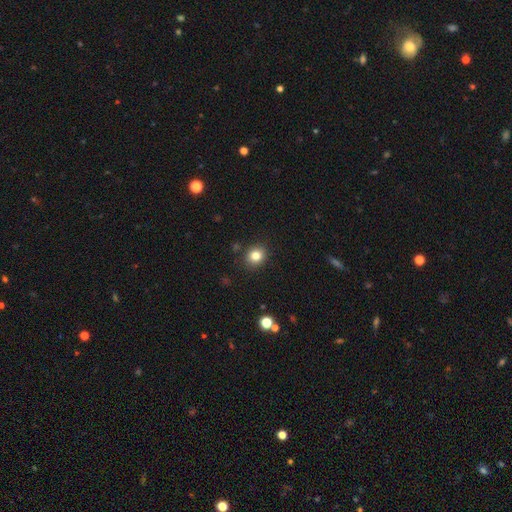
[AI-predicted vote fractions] Overall: smooth (82%). How rounded: round (73%). Merging: none (89%).